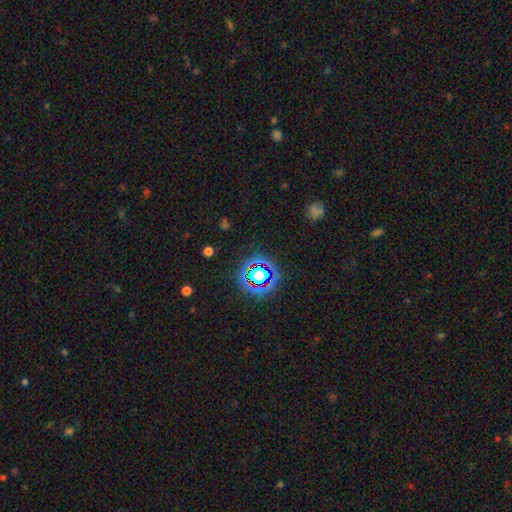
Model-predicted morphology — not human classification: The model was most divided on "smooth or featured": star or artifact: 77%, smooth: 15%, featured or disk: 9%.